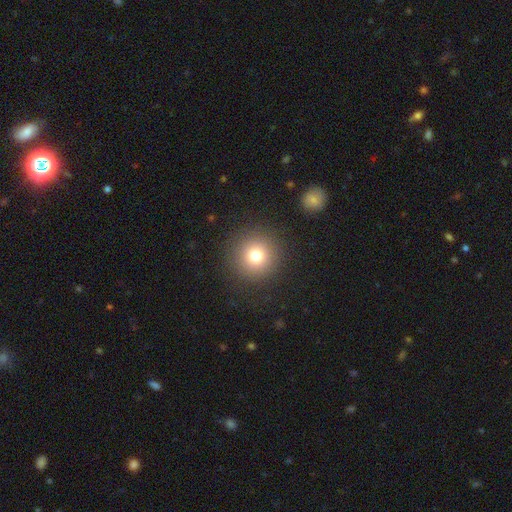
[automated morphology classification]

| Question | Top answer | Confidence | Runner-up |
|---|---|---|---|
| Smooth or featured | smooth | 76% | star or artifact (14%) |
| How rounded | round | 95% | in between (4%) |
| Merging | none | 90% | minor disturbance (6%) |